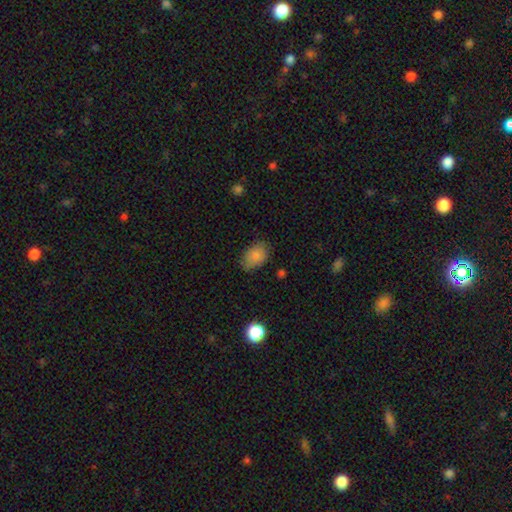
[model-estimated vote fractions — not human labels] Smooth or featured? smooth (83%)
How rounded? in between (83%)
Merging? none (75%)